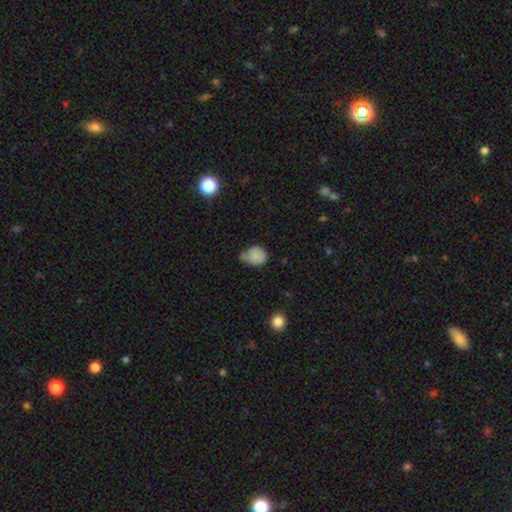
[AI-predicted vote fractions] This is clearly a smooth galaxy (82%). How rounded: possibly round (57%). Merging: marginally minor disturbance (41%).